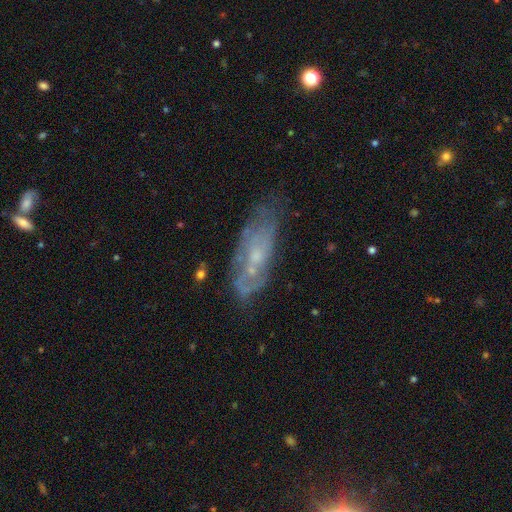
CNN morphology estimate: A featured or disk galaxy (59%). Merging: none (57%).